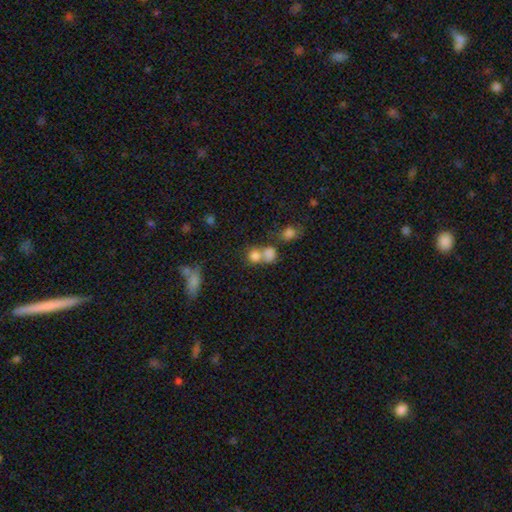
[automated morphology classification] This is likely a smooth galaxy (77%). How rounded: likely round (79%). Merging: possibly merger (50%).